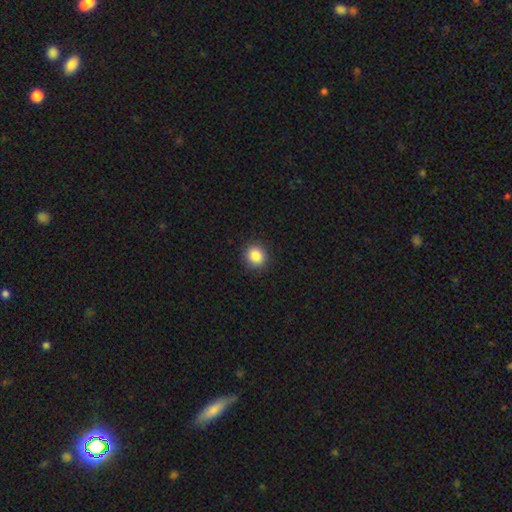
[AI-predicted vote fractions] A smooth galaxy with no disk features (87%) that is round (84%).

Vote fractions:
- Smooth or featured? smooth: 87% / star or artifact: 10% / featured or disk: 4%
- How rounded? round: 84% / in between: 15% / cigar-shaped: 1%
- Merging? none: 91% / minor disturbance: 6% / major disturbance: 2% / merger: 1%